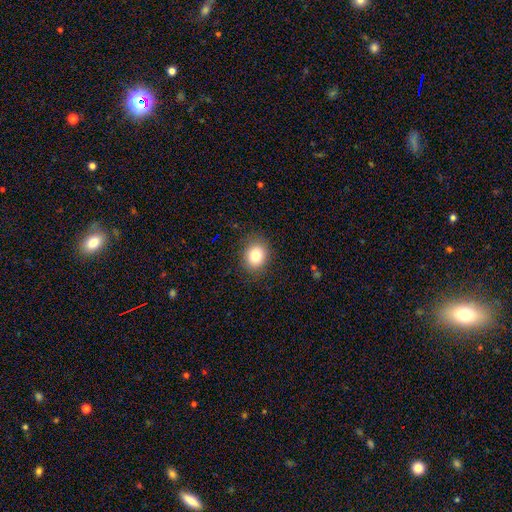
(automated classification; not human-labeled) Smooth or featured?
  - smooth: 82% *
  - star or artifact: 11%
  - featured or disk: 8%
How rounded?
  - round: 64% *
  - in between: 35%
  - cigar-shaped: 1%
Merging?
  - none: 87% *
  - minor disturbance: 9%
  - major disturbance: 3%
  - merger: 1%